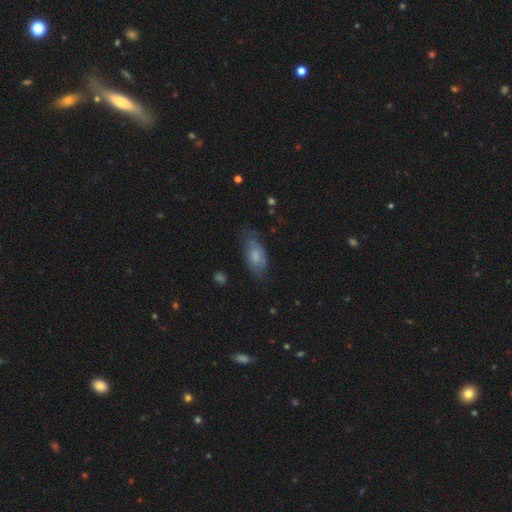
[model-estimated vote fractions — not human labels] A smooth galaxy with no disk features (62%) that is in between round and cigar-shaped (88%). Merging: none (65%).